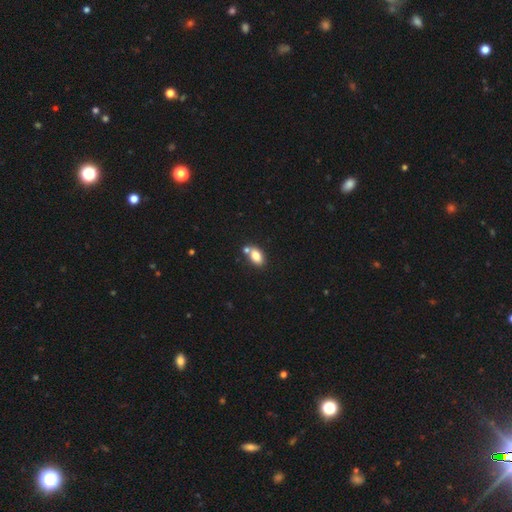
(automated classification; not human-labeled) Smooth or featured: smooth — 81% (featured or disk — 10%)
How rounded: in between — 87% (round — 12%)
Merging: none — 56% (merger — 28%)